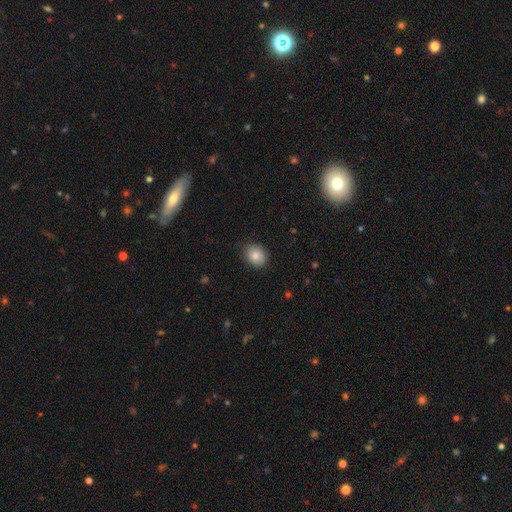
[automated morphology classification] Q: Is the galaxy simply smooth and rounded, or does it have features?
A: smooth — 83%.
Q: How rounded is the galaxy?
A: round — 56%.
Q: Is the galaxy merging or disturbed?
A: none — 79%.